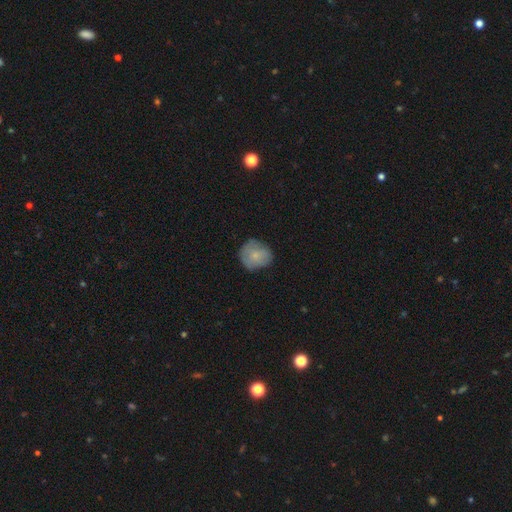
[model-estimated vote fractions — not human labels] Smooth or featured? Predicted: smooth (p=0.73). How rounded? Predicted: round (p=0.84). Merging? Predicted: none (p=0.68).